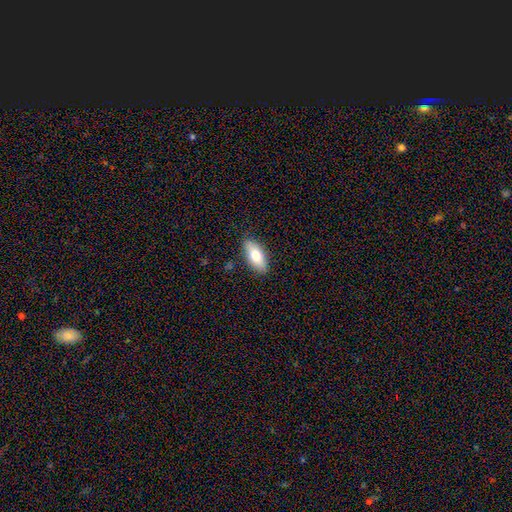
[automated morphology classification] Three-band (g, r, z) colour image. It shows a smooth galaxy with no disk features (71%) that is in between round and cigar-shaped (85%). Merging: none (87%).